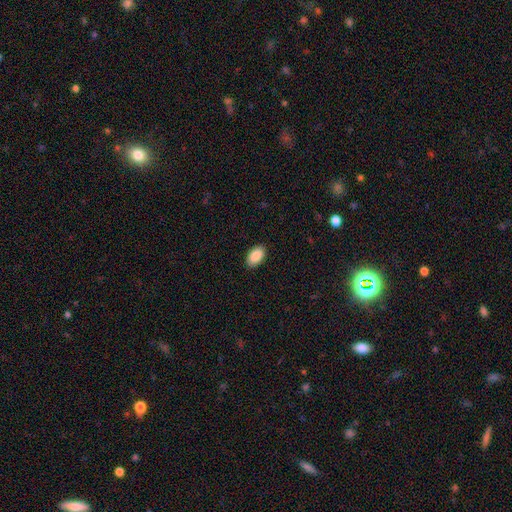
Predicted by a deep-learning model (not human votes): This appears to be a smooth galaxy with no disk features (90%) that is in between round and cigar-shaped (94%). Merging: none (89%).